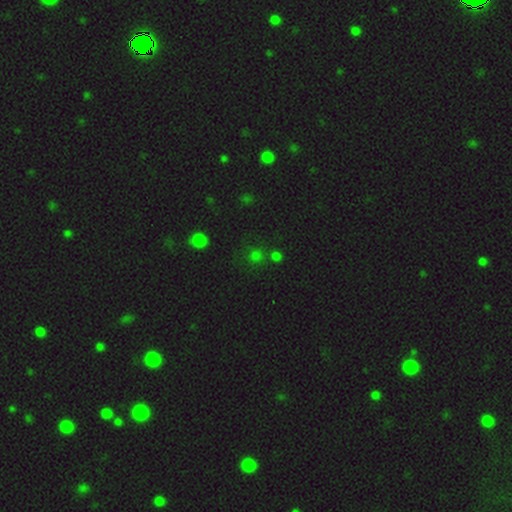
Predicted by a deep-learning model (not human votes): A smooth galaxy with no disk features (60%) that is round (90%).

Vote fractions:
- Smooth or featured? smooth: 60% / star or artifact: 34% / featured or disk: 6%
- How rounded? round: 90% / in between: 9% / cigar-shaped: 1%
- Merging? none: 71% / merger: 15% / minor disturbance: 10% / major disturbance: 4%